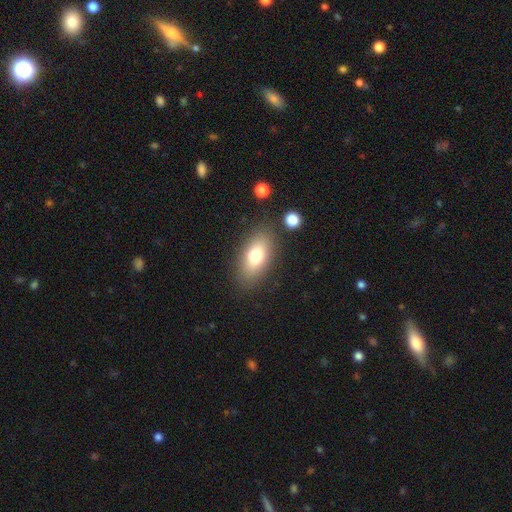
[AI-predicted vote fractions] Overall: smooth (75%). How rounded: in between (88%). Merging: none (83%).